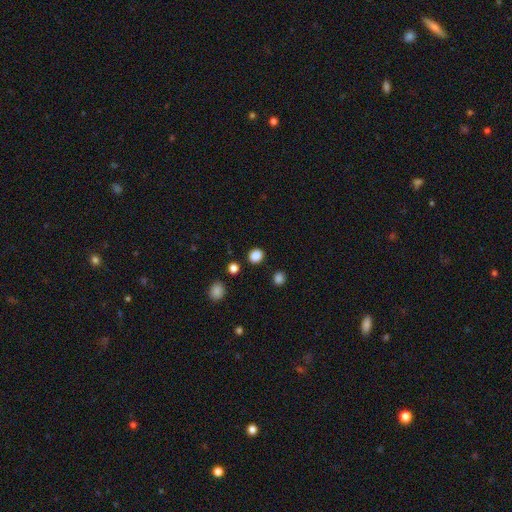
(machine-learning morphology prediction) smooth_or_featured: smooth (p=0.85) [alt: star or artifact p=0.12]
how_rounded: round (p=0.77) [alt: in between p=0.22]
merging: none (p=0.89) [alt: minor disturbance p=0.07]